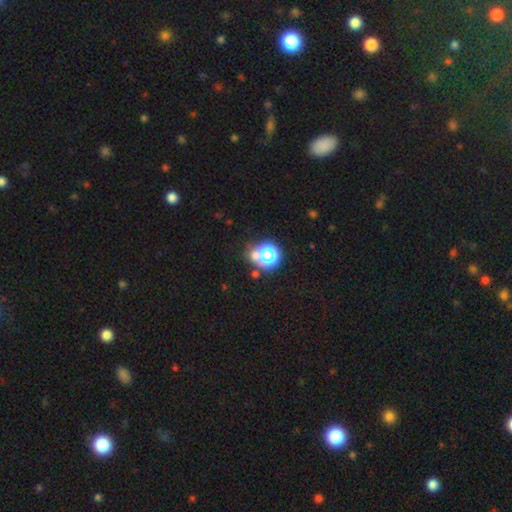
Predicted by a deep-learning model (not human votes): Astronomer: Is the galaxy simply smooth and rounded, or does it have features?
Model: smooth — 47% (runner-up: star or artifact, 40%).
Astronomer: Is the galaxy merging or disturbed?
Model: none — 58%.